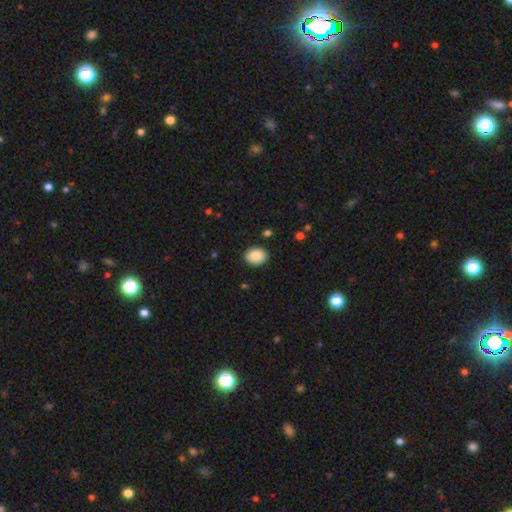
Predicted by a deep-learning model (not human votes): Smooth or featured? Predicted: smooth (p=0.88). How rounded? Predicted: in between (p=0.59). Merging? Predicted: none (p=0.88).